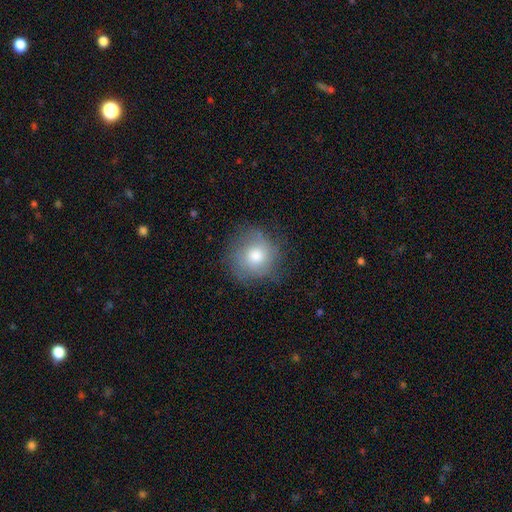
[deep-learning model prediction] A smooth galaxy with no disk features (71%) that is round (90%).

Vote fractions:
- Smooth or featured? smooth: 71% / featured or disk: 19% / star or artifact: 10%
- How rounded? round: 90% / in between: 9% / cigar-shaped: 1%
- Merging? none: 74% / minor disturbance: 18% / major disturbance: 7% / merger: 1%